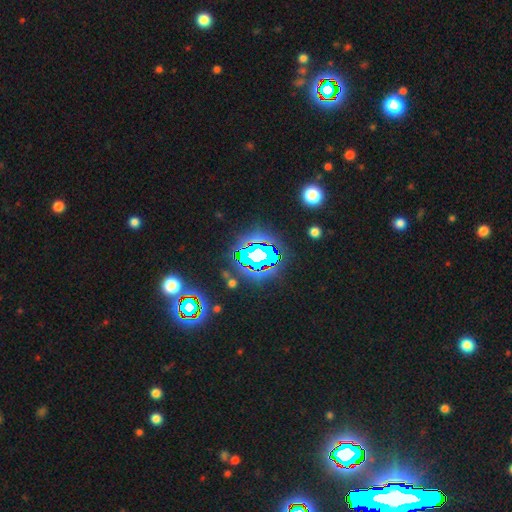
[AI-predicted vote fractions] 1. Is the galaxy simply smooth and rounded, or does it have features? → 75% star or artifact, 13% smooth, 11% featured or disk.